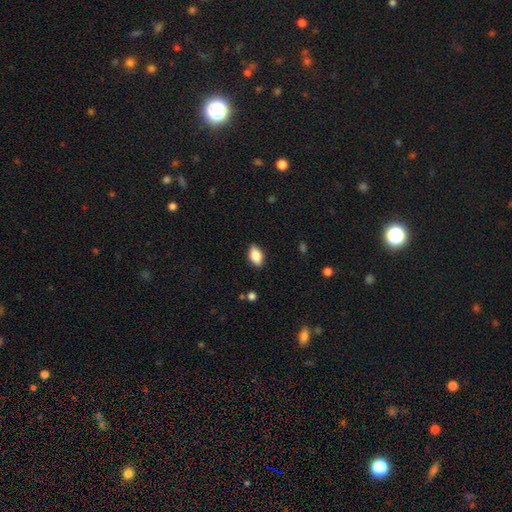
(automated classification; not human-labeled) This is clearly a smooth galaxy (82%). How rounded: clearly in between (90%). Merging: clearly none (87%).